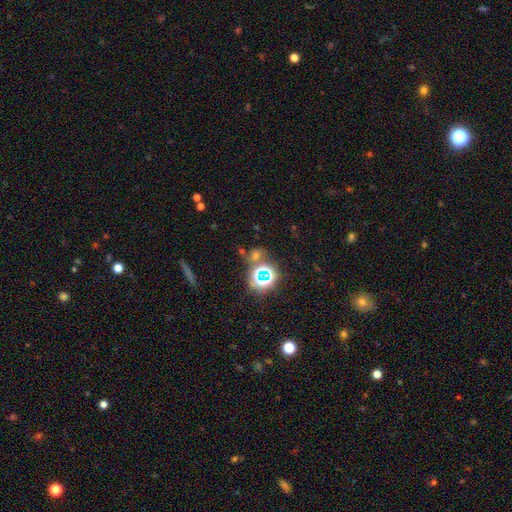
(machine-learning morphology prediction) Smooth or featured? Predicted: star or artifact (p=0.57).